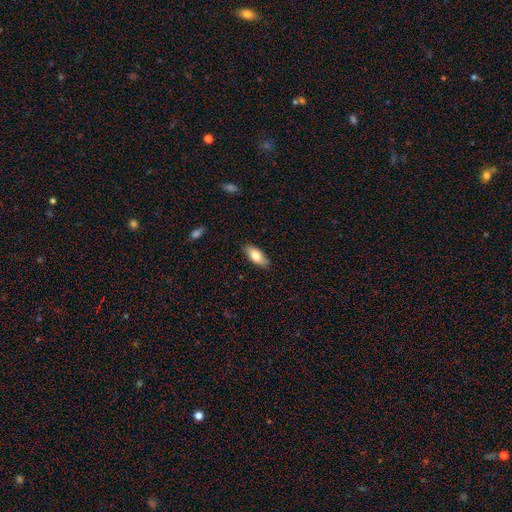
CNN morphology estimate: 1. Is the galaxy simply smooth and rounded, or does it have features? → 78% smooth, 16% featured or disk, 6% star or artifact.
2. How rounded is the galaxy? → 86% in between, 12% cigar-shaped, 3% round.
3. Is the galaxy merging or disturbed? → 85% none, 12% minor disturbance, 2% major disturbance, 1% merger.